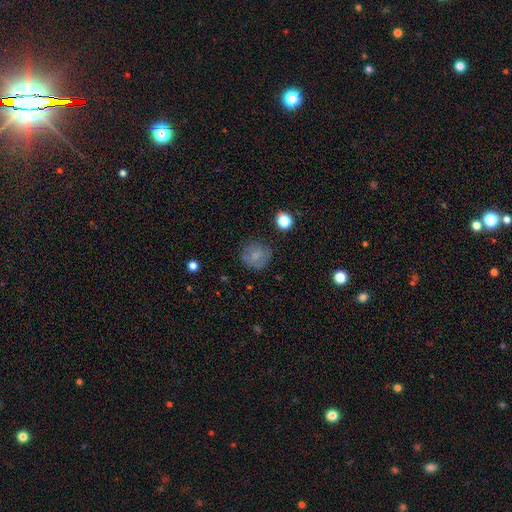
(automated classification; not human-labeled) Smooth or featured? Predicted: smooth (p=0.73). How rounded? Predicted: round (p=0.89). Merging? Predicted: none (p=0.75).